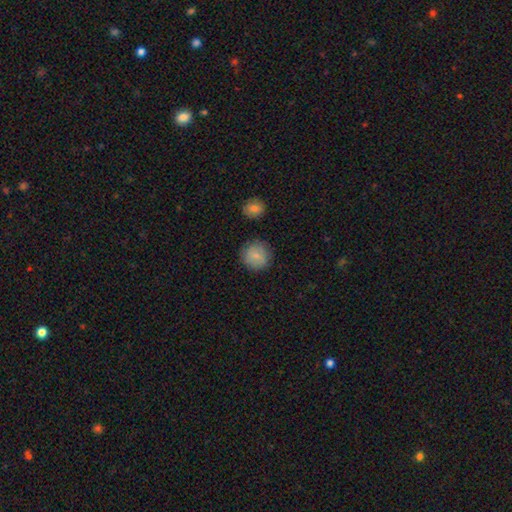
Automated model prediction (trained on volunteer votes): Smooth or featured?
  - smooth: 82% *
  - featured or disk: 10%
  - star or artifact: 8%
How rounded?
  - round: 93% *
  - in between: 6%
  - cigar-shaped: 1%
Merging?
  - none: 83% *
  - minor disturbance: 11%
  - major disturbance: 3%
  - merger: 2%